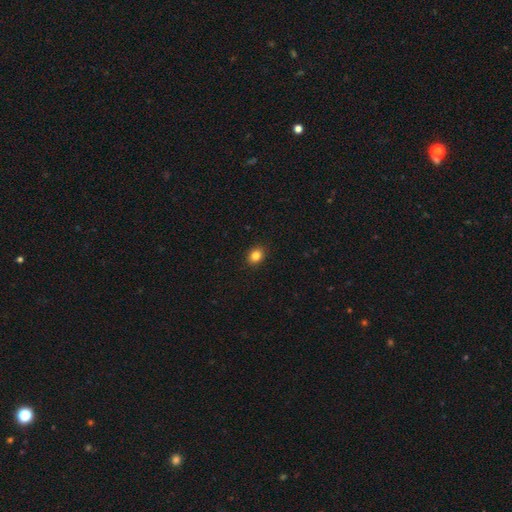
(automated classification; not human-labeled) Smooth or featured: smooth — 84% (star or artifact — 10%)
How rounded: in between — 53% (round — 46%)
Merging: none — 90% (minor disturbance — 8%)